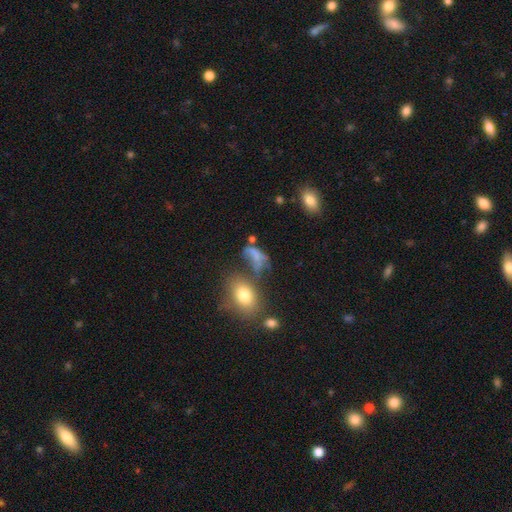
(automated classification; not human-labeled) The model was most divided on "merging": major disturbance: 31%, merger: 26%, none: 25%, minor disturbance: 18%. More confident: how rounded — in between (77%); smooth or featured — smooth (56%).